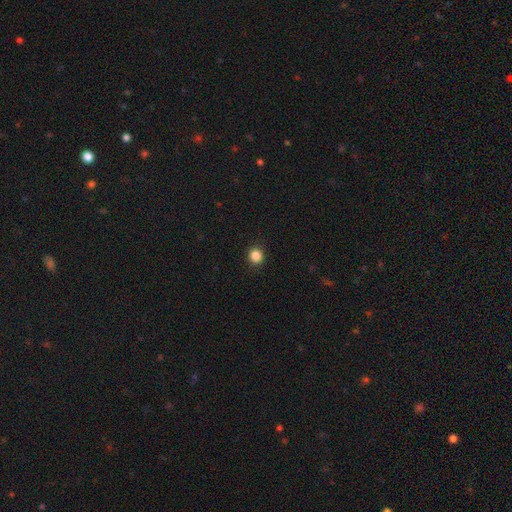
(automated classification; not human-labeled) Overall: smooth (86%). How rounded: round (89%). Merging: none (92%).